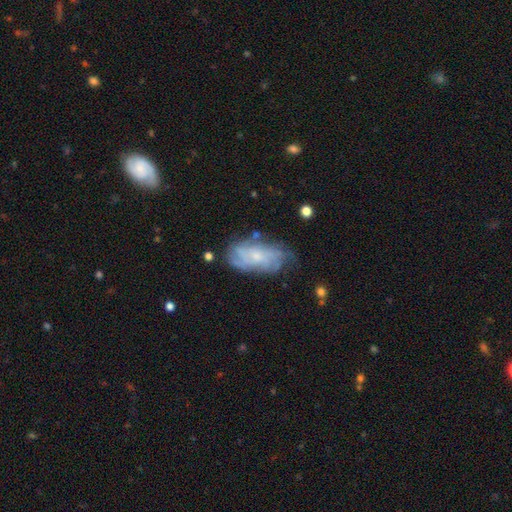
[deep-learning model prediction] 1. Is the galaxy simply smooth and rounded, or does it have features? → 66% featured or disk, 25% smooth, 9% star or artifact.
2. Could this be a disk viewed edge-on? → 93% no, 7% yes.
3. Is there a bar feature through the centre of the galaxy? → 74% no, 23% weak, 4% strong.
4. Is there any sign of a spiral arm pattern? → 85% yes, 15% no.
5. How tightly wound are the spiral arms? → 54% tight, 32% medium, 13% loose.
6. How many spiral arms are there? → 53% can't tell, 14% 4, 10% 3, 10% 2, 8% more than 4, 5% 1.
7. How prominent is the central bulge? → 67% small, 23% moderate, 7% none, 2% large, 1% dominant.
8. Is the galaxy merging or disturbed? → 69% none, 21% minor disturbance, 8% major disturbance, 2% merger.